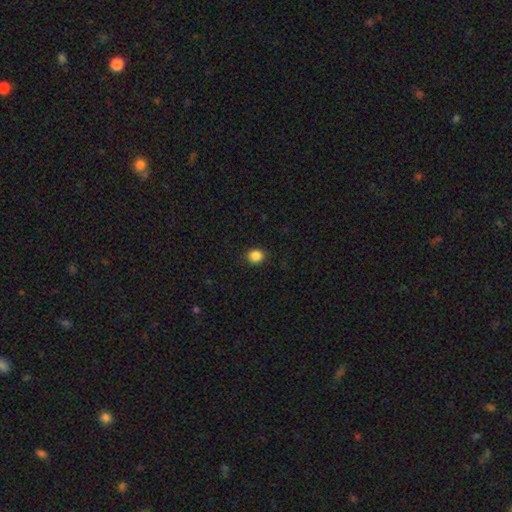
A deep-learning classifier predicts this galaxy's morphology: Smooth or featured?
  - smooth: 87% *
  - star or artifact: 10%
  - featured or disk: 3%
How rounded?
  - round: 81% *
  - in between: 18%
  - cigar-shaped: 1%
Merging?
  - none: 91% *
  - minor disturbance: 6%
  - major disturbance: 2%
  - merger: 1%